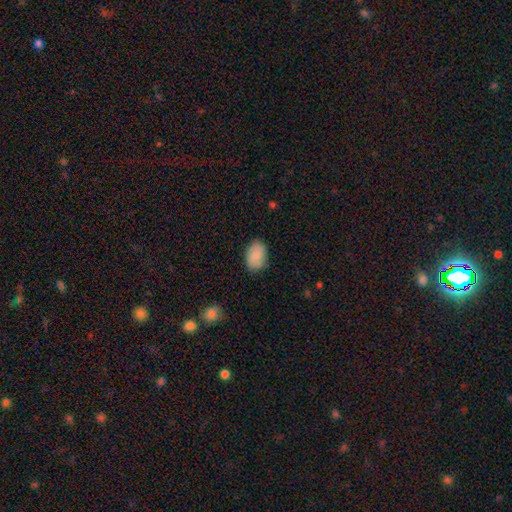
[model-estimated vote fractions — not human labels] A smooth galaxy with no disk features (87%) that is in between round and cigar-shaped (86%). Merging: none (80%).